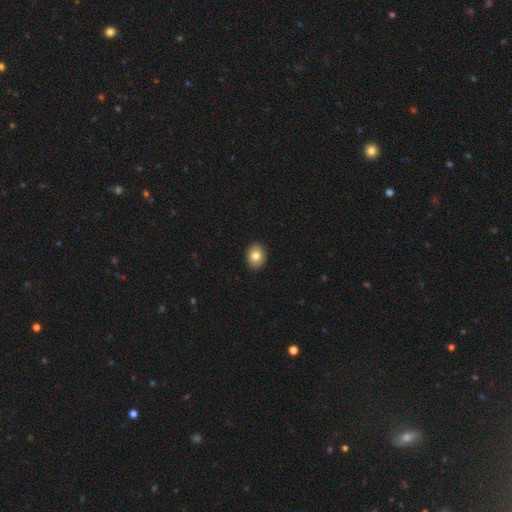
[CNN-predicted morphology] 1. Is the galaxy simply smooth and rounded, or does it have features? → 82% smooth, 10% featured or disk, 8% star or artifact.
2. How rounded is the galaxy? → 51% in between, 48% round, 1% cigar-shaped.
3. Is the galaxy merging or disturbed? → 92% none, 6% minor disturbance, 1% major disturbance, 1% merger.